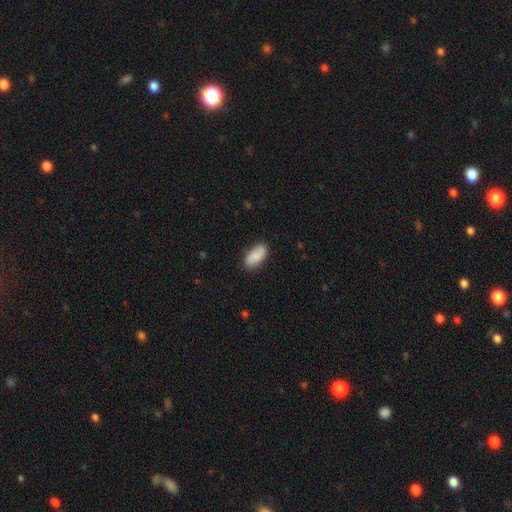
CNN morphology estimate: Smooth or featured: smooth — 81% (featured or disk — 13%)
How rounded: in between — 92% (cigar-shaped — 5%)
Merging: none — 79% (minor disturbance — 16%)